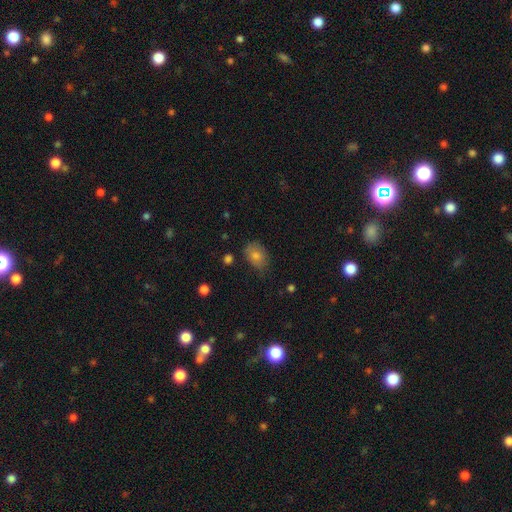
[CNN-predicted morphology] A smooth galaxy with no disk features (73%) that is in between round and cigar-shaped (78%).

Vote fractions:
- Smooth or featured? smooth: 73% / star or artifact: 14% / featured or disk: 13%
- How rounded? in between: 78% / round: 20% / cigar-shaped: 1%
- Merging? none: 75% / minor disturbance: 19% / major disturbance: 4% / merger: 2%